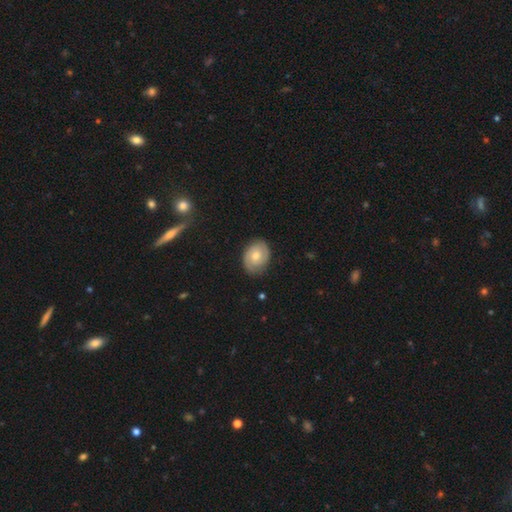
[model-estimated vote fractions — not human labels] smooth_or_featured: featured or disk (p=0.50) [alt: smooth p=0.43]
merging: none (p=0.80) [alt: minor disturbance p=0.15]